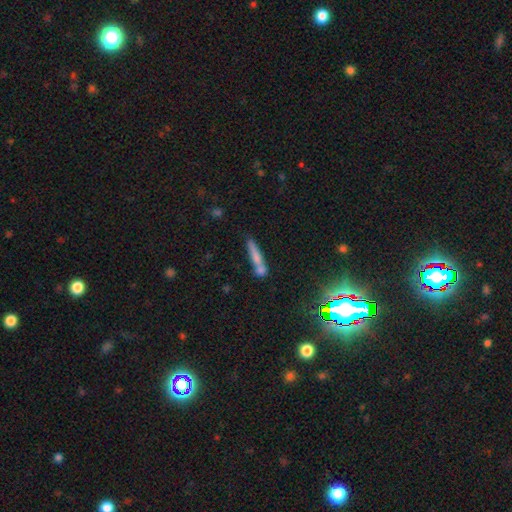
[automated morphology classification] Smooth or featured? Predicted: smooth (p=0.67). How rounded? Predicted: cigar-shaped (p=0.87). Merging? Predicted: none (p=0.52).